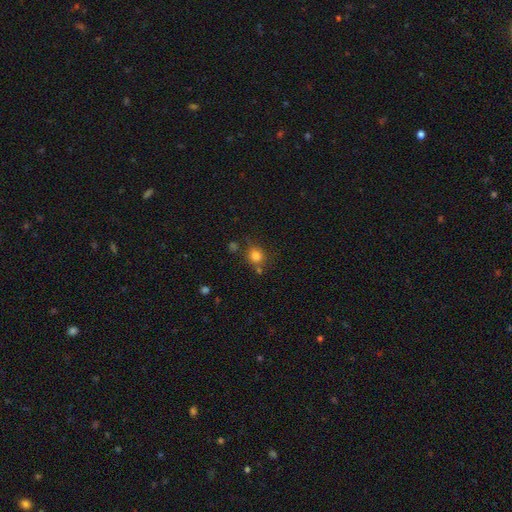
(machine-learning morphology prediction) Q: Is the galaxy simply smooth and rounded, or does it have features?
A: smooth — 81%.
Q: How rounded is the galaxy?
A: round — 84%.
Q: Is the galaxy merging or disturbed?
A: none — 71%.